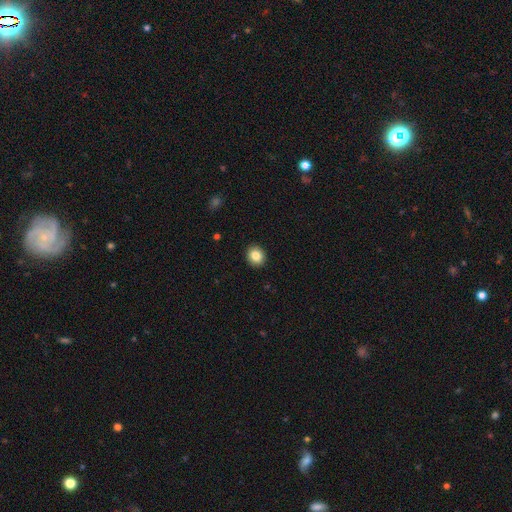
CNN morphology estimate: smooth-or-featured: smooth: 84% | star or artifact: 9% | featured or disk: 6%
  how-rounded: round: 81% | in between: 18% | cigar-shaped: 1%
  merging: none: 92% | minor disturbance: 5% | major disturbance: 2% | merger: 1%